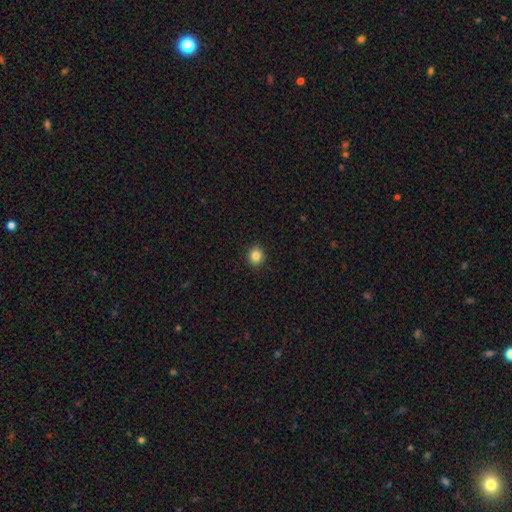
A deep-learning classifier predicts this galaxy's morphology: This is clearly a smooth galaxy (85%). How rounded: clearly round (81%). Merging: clearly none (92%).